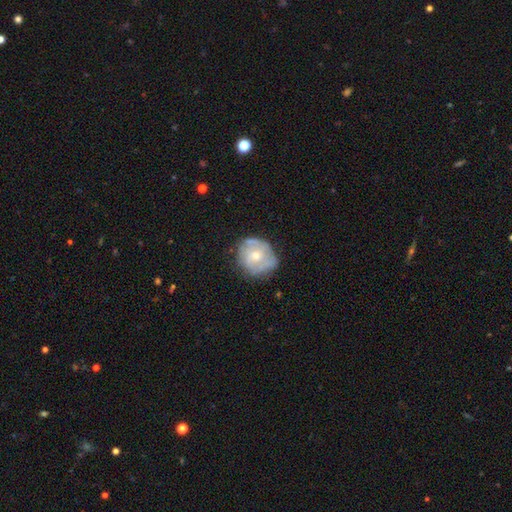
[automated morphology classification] The model was most divided on "smooth or featured": featured or disk: 57%, smooth: 37%, star or artifact: 6%. More confident: edge-on disk — no (97%); bar — no (79%); merging — none (65%); spiral arms — yes (62%); bulge size — moderate (60%).